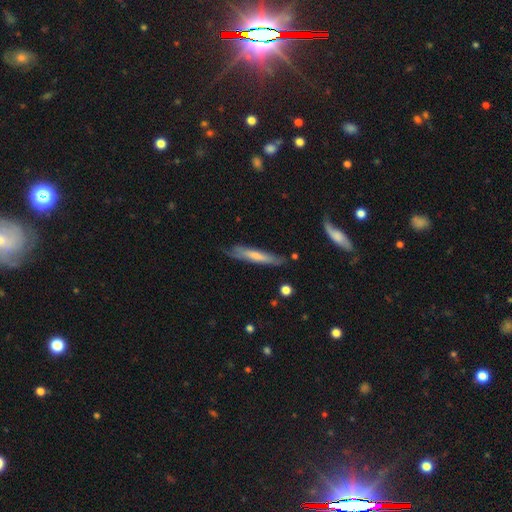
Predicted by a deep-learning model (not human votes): This is possibly a smooth galaxy (47%, tied with featured or disk). Merging: likely none (73%).